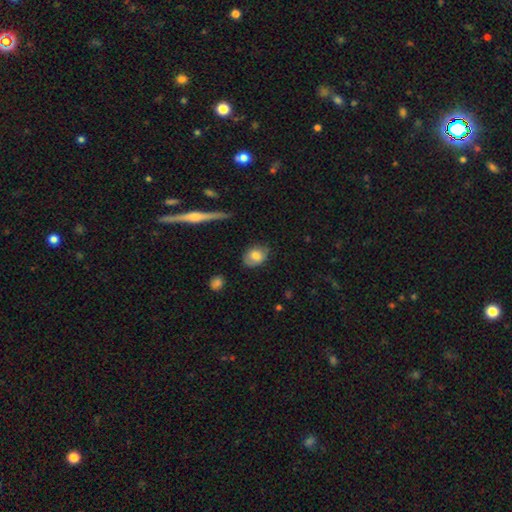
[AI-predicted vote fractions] Smooth or featured?
  - smooth: 75% *
  - featured or disk: 18%
  - star or artifact: 7%
How rounded?
  - in between: 64% *
  - round: 35%
  - cigar-shaped: 2%
Merging?
  - none: 72% *
  - minor disturbance: 21%
  - major disturbance: 5%
  - merger: 2%